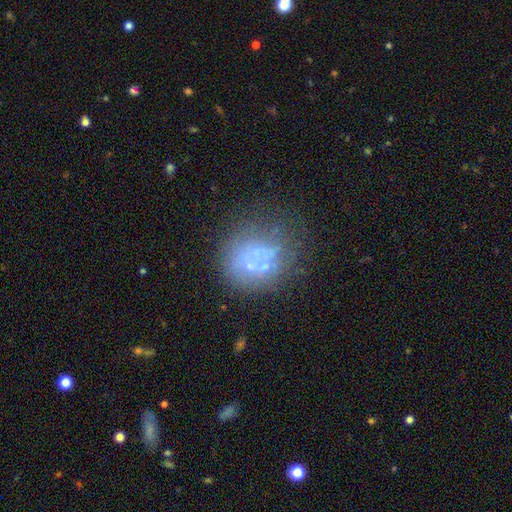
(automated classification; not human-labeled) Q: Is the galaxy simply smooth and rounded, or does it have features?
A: smooth — 41%, tied with featured or disk.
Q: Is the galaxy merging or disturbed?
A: none — 52%.